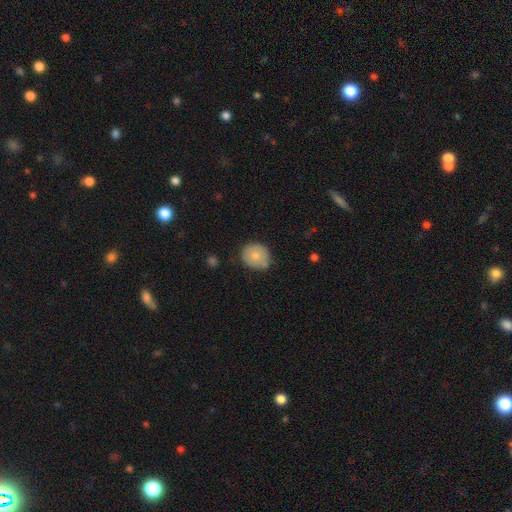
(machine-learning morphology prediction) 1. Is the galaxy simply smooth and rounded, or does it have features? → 76% smooth, 16% featured or disk, 8% star or artifact.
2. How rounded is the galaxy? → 77% round, 23% in between, 1% cigar-shaped.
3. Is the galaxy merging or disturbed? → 64% none, 27% minor disturbance, 5% major disturbance, 4% merger.